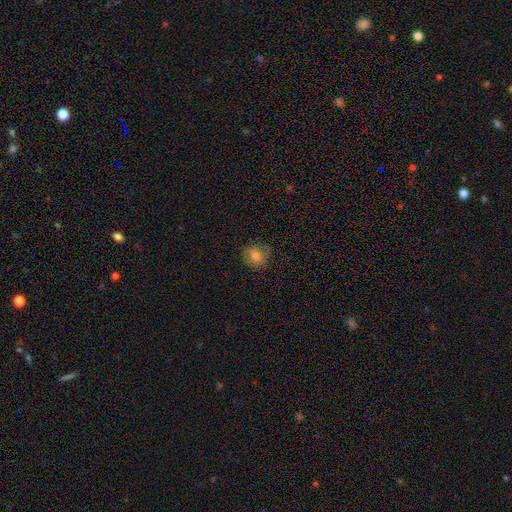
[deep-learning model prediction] A smooth galaxy with no disk features (79%) that is round (79%). Merging: none (75%).